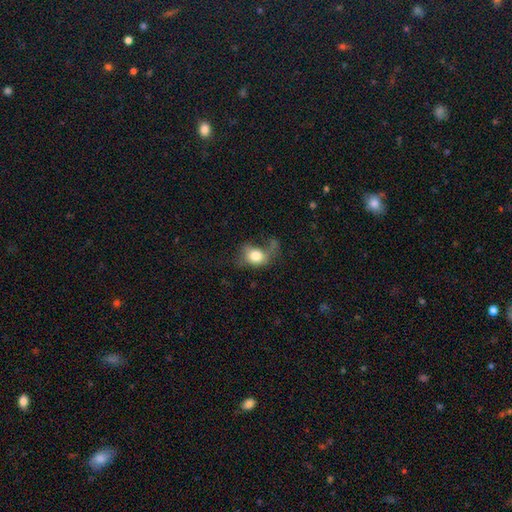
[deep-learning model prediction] Smooth or featured? smooth (76%)
How rounded? in between (53%)
Merging? major disturbance (37%)